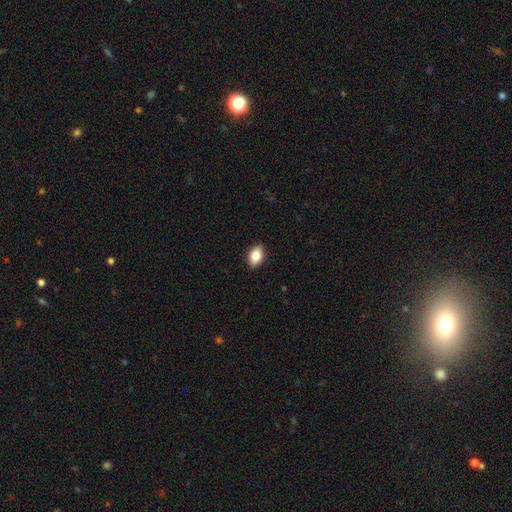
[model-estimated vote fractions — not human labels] Smooth or featured?
  - smooth: 84% *
  - featured or disk: 8%
  - star or artifact: 8%
How rounded?
  - in between: 86% *
  - round: 12%
  - cigar-shaped: 2%
Merging?
  - none: 89% *
  - minor disturbance: 9%
  - major disturbance: 2%
  - merger: 1%